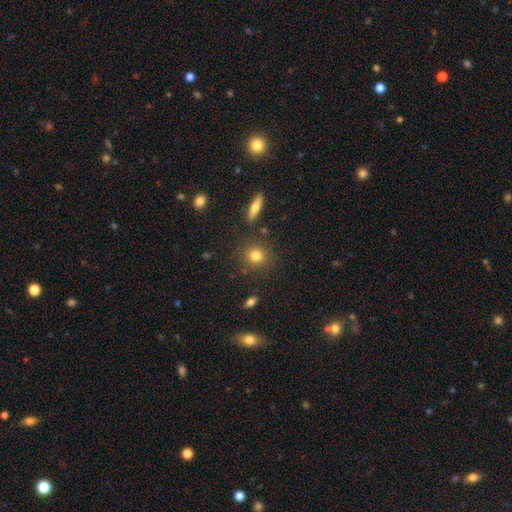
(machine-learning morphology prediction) This is clearly a smooth galaxy (81%). How rounded: clearly round (85%). Merging: clearly none (85%).